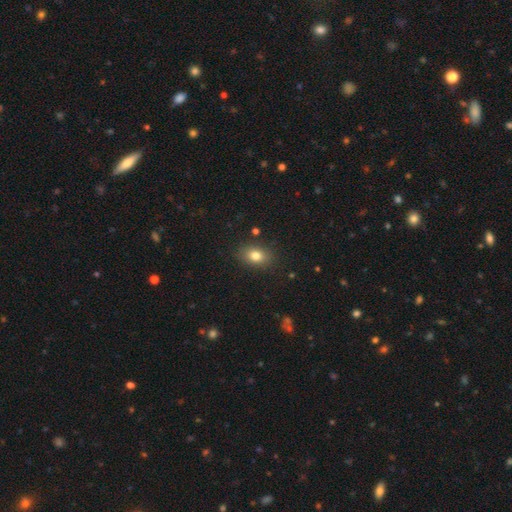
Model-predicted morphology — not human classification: This appears to be a smooth galaxy with no disk features (80%) that is in between round and cigar-shaped (74%). Merging: none (84%).